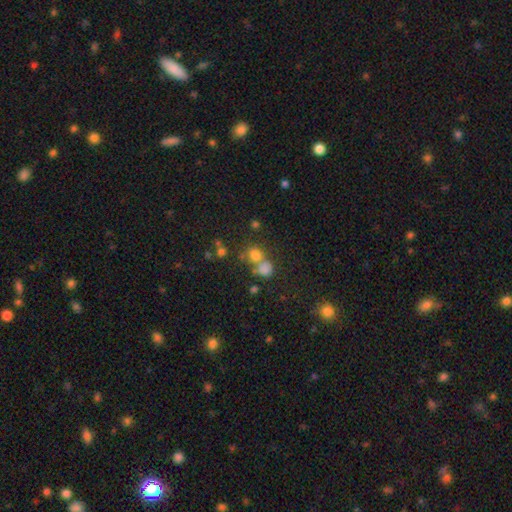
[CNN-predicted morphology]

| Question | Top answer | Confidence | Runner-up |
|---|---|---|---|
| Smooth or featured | smooth | 69% | star or artifact (20%) |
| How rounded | round | 77% | in between (22%) |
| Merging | none | 46% | merger (39%) |